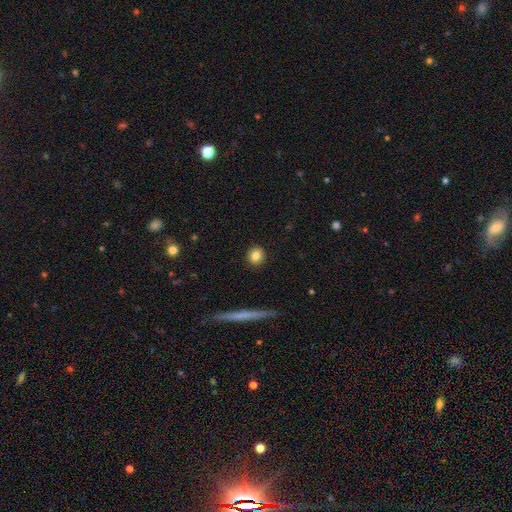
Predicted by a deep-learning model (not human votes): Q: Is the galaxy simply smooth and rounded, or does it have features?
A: smooth — 81%.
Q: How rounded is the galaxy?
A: round — 81%.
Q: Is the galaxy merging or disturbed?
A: none — 91%.